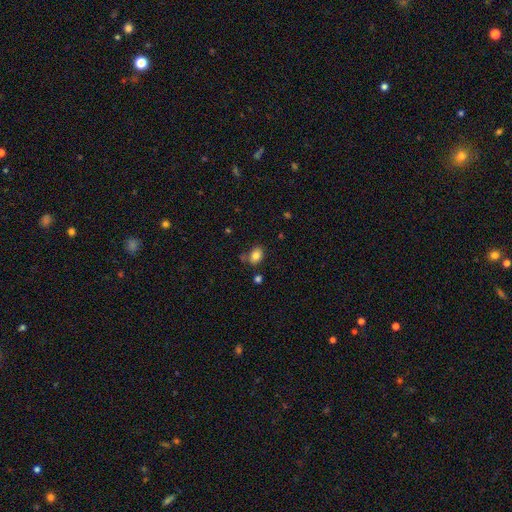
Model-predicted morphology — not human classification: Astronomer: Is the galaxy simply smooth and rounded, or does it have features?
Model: smooth — 80%.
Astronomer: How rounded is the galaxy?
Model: in between — 67%.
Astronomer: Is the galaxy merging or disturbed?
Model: none — 66%.